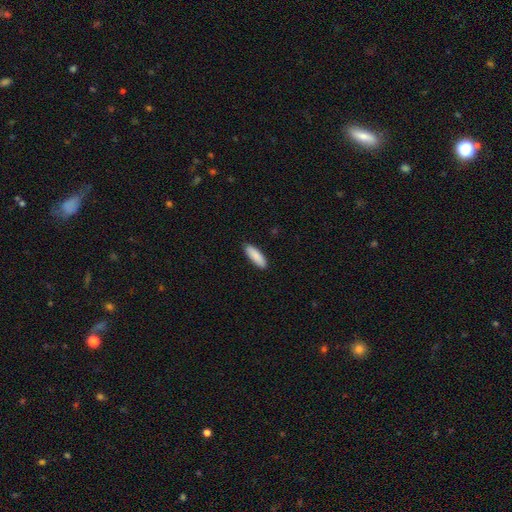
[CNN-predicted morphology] Smooth or featured?
  - smooth: 89% *
  - star or artifact: 5%
  - featured or disk: 5%
How rounded?
  - in between: 56% *
  - cigar-shaped: 43%
  - round: 2%
Merging?
  - none: 89% *
  - minor disturbance: 8%
  - major disturbance: 2%
  - merger: 1%